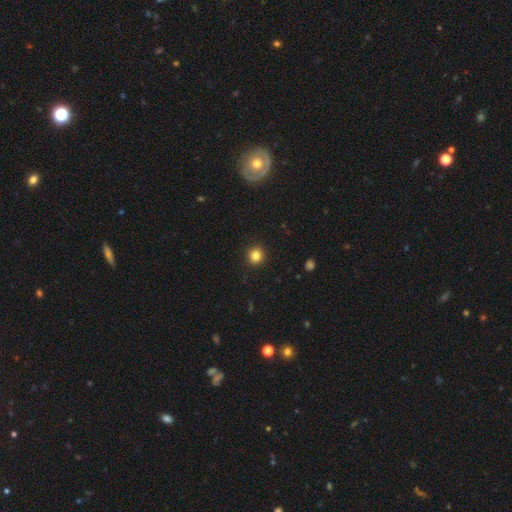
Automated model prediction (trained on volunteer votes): The model was most divided on "smooth or featured": smooth: 83%, star or artifact: 12%, featured or disk: 5%. More confident: merging — none (92%); how rounded — round (91%).